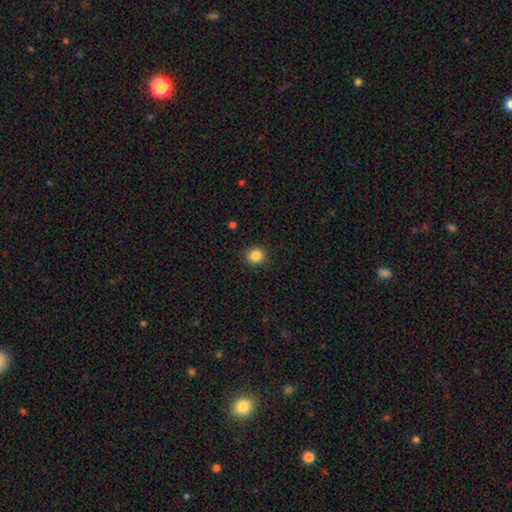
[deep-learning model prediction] This is clearly a smooth galaxy (86%). How rounded: clearly round (91%). Merging: clearly none (92%).